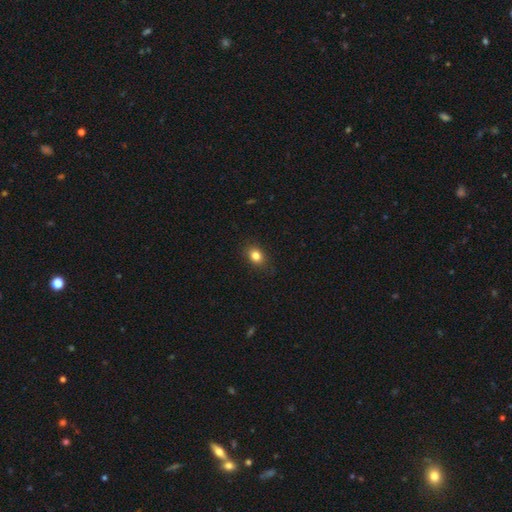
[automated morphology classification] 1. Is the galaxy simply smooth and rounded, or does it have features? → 83% smooth, 11% star or artifact, 6% featured or disk.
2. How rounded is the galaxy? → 54% in between, 45% round, 1% cigar-shaped.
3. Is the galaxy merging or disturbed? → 86% none, 11% minor disturbance, 2% major disturbance, 1% merger.